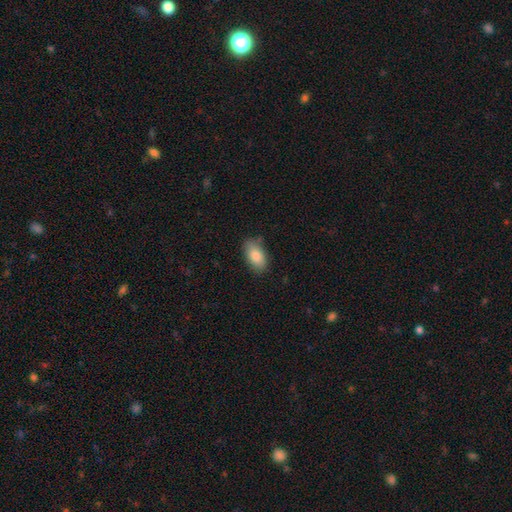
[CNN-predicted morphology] Overall: smooth (86%). How rounded: in between (93%). Merging: none (76%).